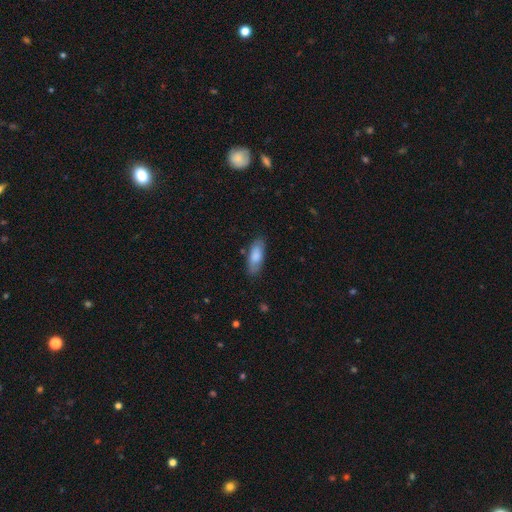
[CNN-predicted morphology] This appears to be a smooth galaxy with no disk features (81%) that is in between round and cigar-shaped (73%). Merging: none (81%).